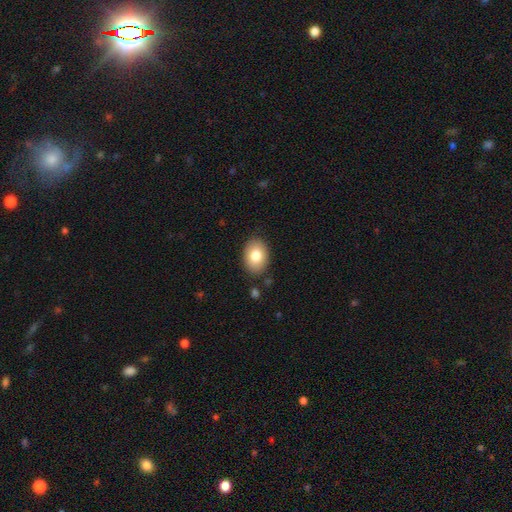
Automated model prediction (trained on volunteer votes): Smooth or featured? Predicted: smooth (p=0.80). How rounded? Predicted: in between (p=0.79). Merging? Predicted: none (p=0.86).